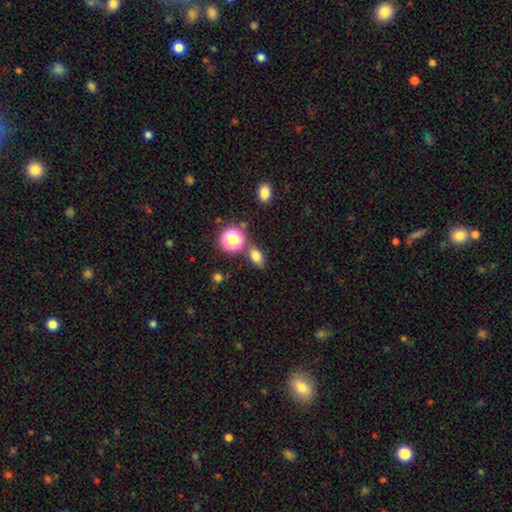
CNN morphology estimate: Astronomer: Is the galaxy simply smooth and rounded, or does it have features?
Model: smooth — 74%.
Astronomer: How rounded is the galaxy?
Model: in between — 72%.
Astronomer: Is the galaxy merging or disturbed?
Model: none — 72%.